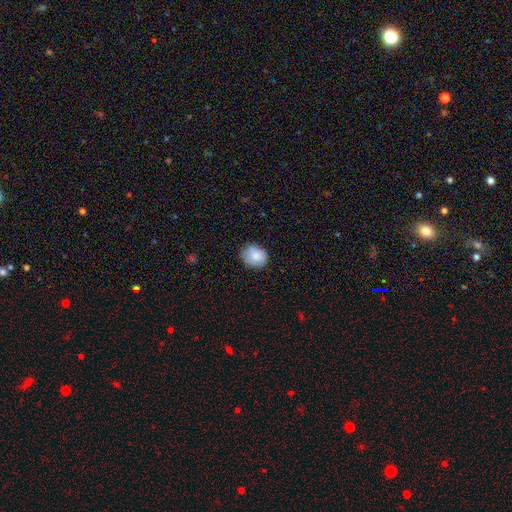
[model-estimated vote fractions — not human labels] smooth_or_featured: smooth (p=0.80) [alt: featured or disk p=0.12]
how_rounded: round (p=0.60) [alt: in between p=0.40]
merging: none (p=0.75) [alt: minor disturbance p=0.20]